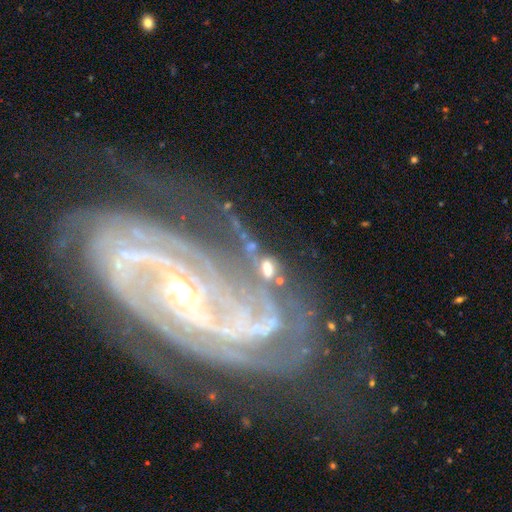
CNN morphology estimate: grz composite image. It shows a featured or disk galaxy (91%) with a weak bar (35%), 2 (26%) tight (68%) spiral arms (98%) and a small central bulge (69%). Merging: none (65%).